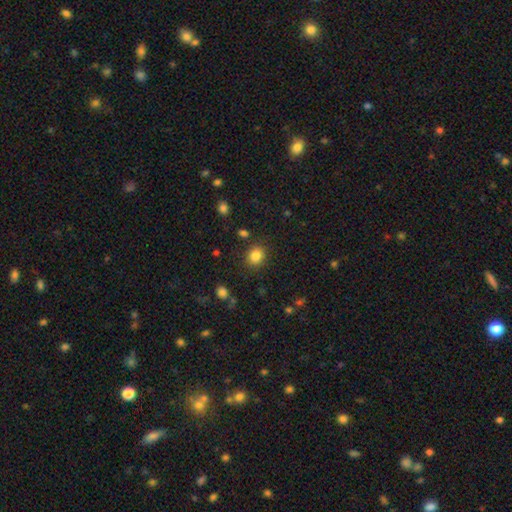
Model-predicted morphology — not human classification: Q: Smooth or featured?
A: smooth (84%); runner-up: star or artifact (11%)
Q: How rounded?
A: round (71%); runner-up: in between (28%)
Q: Merging?
A: none (86%); runner-up: minor disturbance (9%)